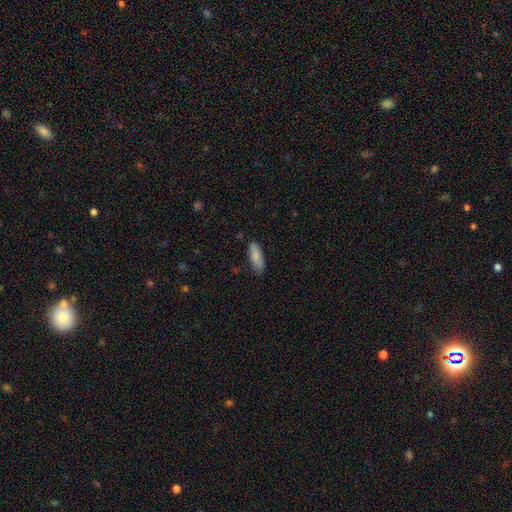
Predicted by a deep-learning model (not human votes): This appears to be a smooth galaxy with no disk features (80%) that is in between round and cigar-shaped (71%). Merging: none (78%).